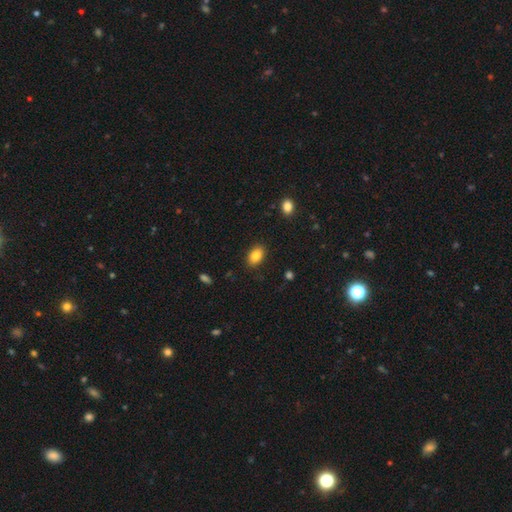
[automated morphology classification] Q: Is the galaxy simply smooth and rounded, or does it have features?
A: smooth — 84%.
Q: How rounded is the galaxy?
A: in between — 87%.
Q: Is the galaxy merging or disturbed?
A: none — 88%.